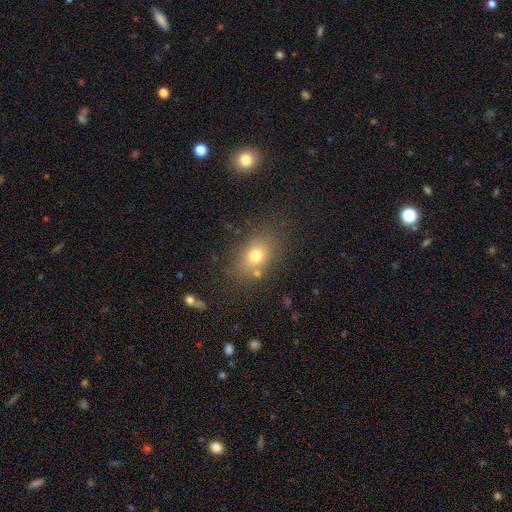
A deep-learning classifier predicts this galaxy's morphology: This appears to be a smooth galaxy with no disk features (72%) that is in between round and cigar-shaped (68%). Merging: none (76%).